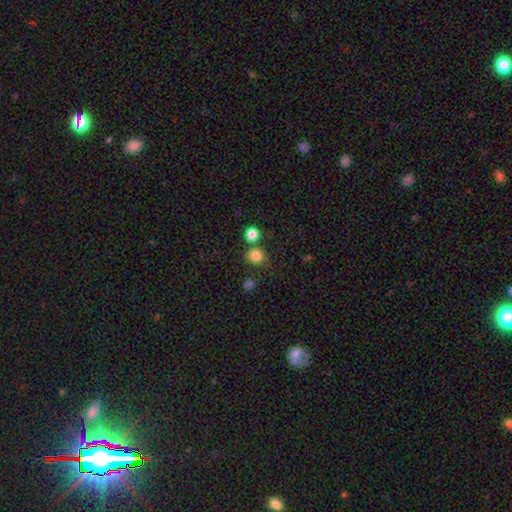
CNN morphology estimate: Smooth or featured?
  - smooth: 83% *
  - star or artifact: 13%
  - featured or disk: 4%
How rounded?
  - round: 90% *
  - in between: 9%
  - cigar-shaped: 1%
Merging?
  - none: 74% *
  - merger: 15%
  - minor disturbance: 8%
  - major disturbance: 3%